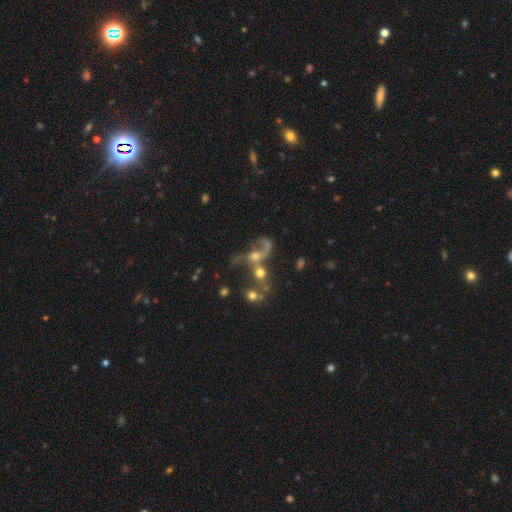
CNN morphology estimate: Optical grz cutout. It shows a featured or disk galaxy (59%) with no bar (75%), spiral arms (55%) and a moderate central bulge (41%). Merging: merger (56%).